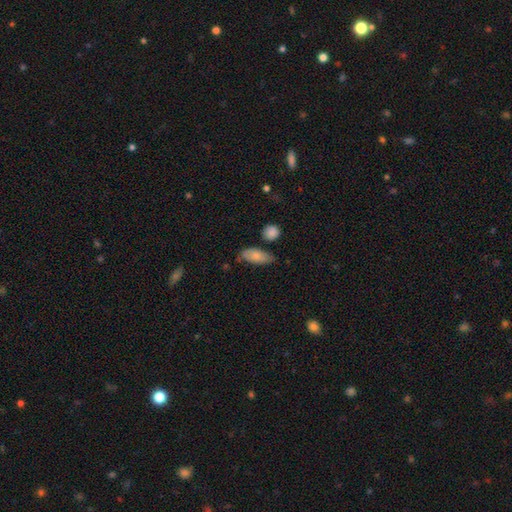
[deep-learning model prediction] The model was most divided on "merging": none: 58%, minor disturbance: 31%, major disturbance: 6%, merger: 6%. More confident: how rounded — in between (82%); smooth or featured — smooth (74%).